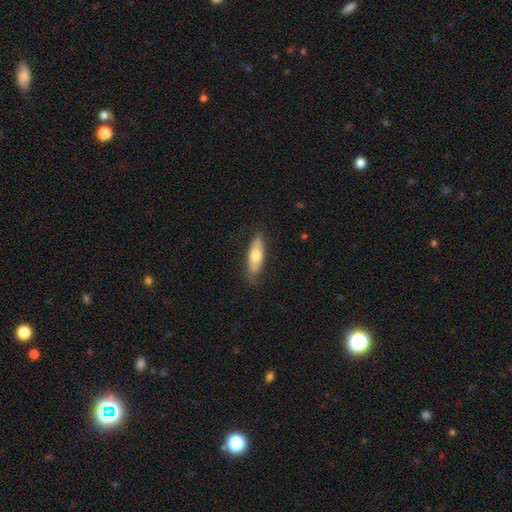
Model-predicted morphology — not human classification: type=smooth (64%); roundness=in between (54%); merging=none (81%).